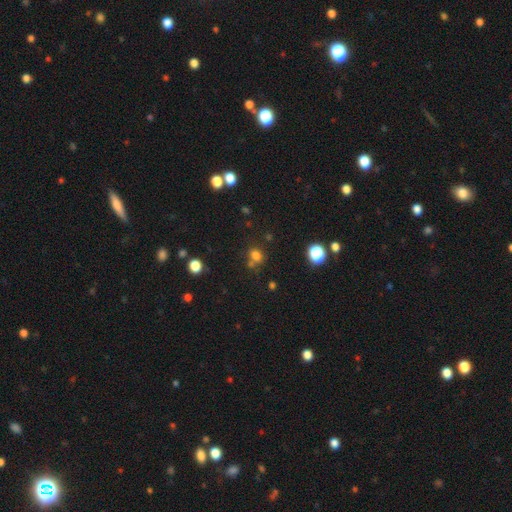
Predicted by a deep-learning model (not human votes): Smooth or featured?
  - smooth: 73% *
  - star or artifact: 19%
  - featured or disk: 7%
How rounded?
  - round: 61% *
  - in between: 38%
  - cigar-shaped: 1%
Merging?
  - none: 61% *
  - merger: 22%
  - minor disturbance: 12%
  - major disturbance: 5%